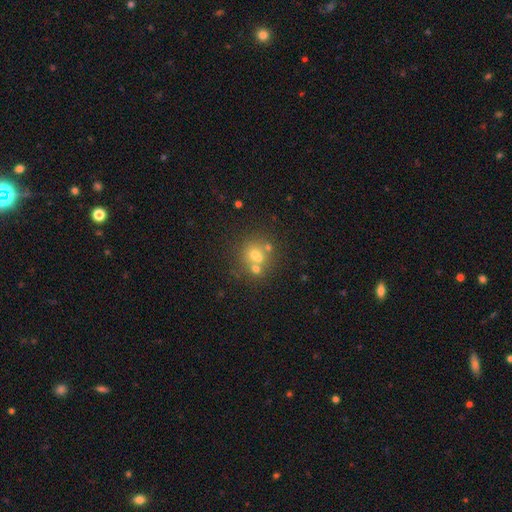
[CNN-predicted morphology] type=smooth (57%); roundness=round (75%); merging=none (48%).